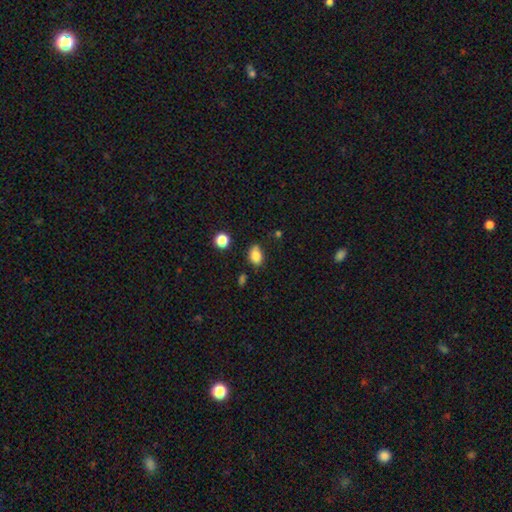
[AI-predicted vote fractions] Smooth or featured? Predicted: smooth (p=0.84). How rounded? Predicted: in between (p=0.75). Merging? Predicted: none (p=0.70).